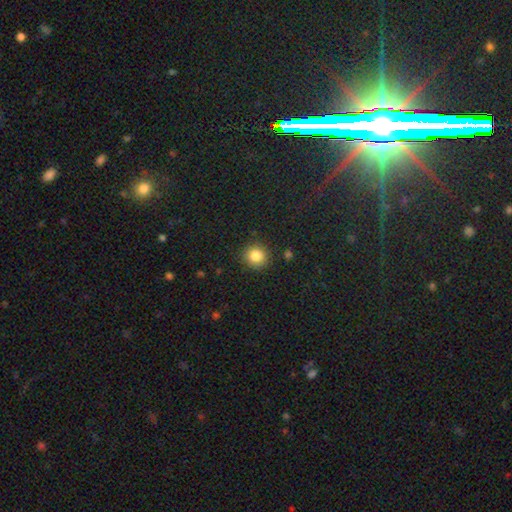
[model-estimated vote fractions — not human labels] A smooth galaxy with no disk features (83%) that is round (91%).

Vote fractions:
- Smooth or featured? smooth: 83% / star or artifact: 11% / featured or disk: 6%
- How rounded? round: 91% / in between: 8% / cigar-shaped: 1%
- Merging? none: 90% / minor disturbance: 7% / major disturbance: 2% / merger: 1%